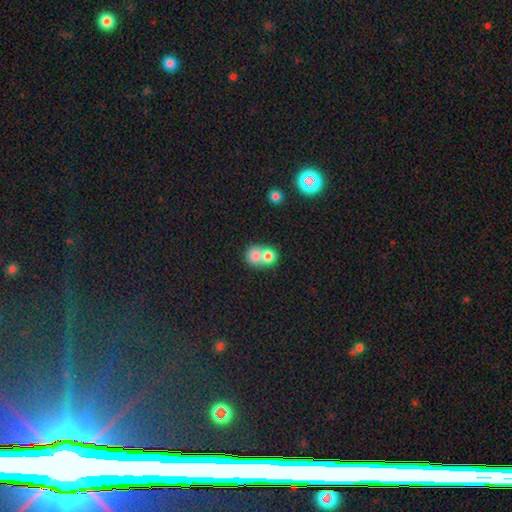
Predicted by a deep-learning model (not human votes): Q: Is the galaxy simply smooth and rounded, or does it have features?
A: smooth — 77%.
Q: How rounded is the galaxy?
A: round — 75%.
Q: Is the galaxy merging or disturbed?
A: merger — 70%.